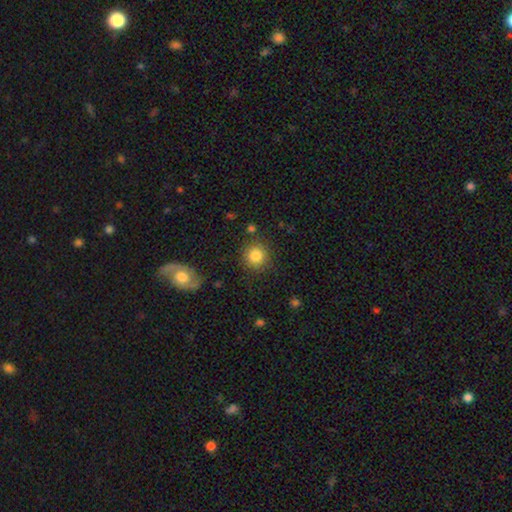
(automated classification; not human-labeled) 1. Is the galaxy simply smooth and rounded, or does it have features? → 83% smooth, 10% star or artifact, 6% featured or disk.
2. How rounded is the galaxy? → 91% round, 8% in between, 1% cigar-shaped.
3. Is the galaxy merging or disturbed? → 85% none, 9% minor disturbance, 3% major disturbance, 3% merger.